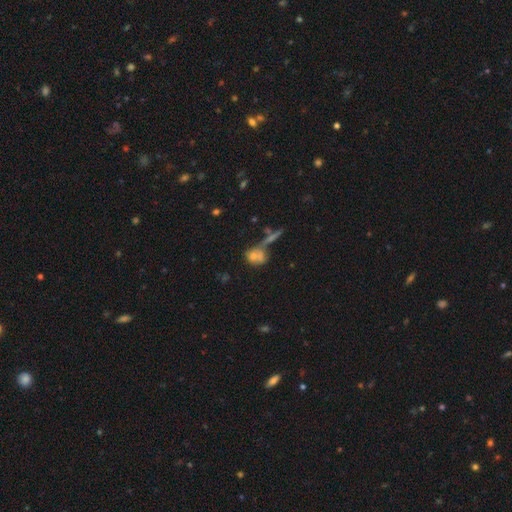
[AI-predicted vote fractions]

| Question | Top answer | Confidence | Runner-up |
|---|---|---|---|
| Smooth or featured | smooth | 59% | featured or disk (26%) |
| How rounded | round | 47% | in between (46%) |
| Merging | merger | 41% | none (35%) |